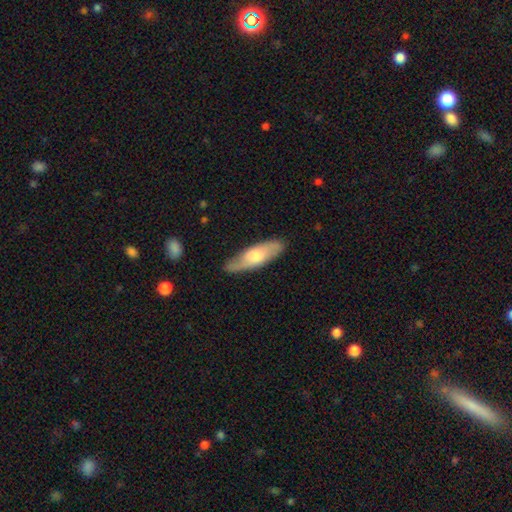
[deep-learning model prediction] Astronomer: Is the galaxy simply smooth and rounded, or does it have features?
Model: smooth — 51% (runner-up: featured or disk, 43%).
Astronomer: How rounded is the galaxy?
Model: in between — 50% (runner-up: cigar-shaped, 48%).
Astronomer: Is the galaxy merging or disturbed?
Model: none — 80%.